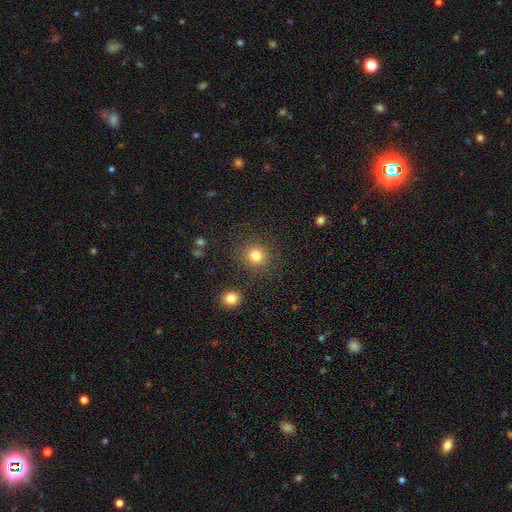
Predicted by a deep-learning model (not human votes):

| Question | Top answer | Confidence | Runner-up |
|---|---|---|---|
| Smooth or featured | smooth | 82% | star or artifact (13%) |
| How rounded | round | 90% | in between (10%) |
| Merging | none | 87% | minor disturbance (7%) |